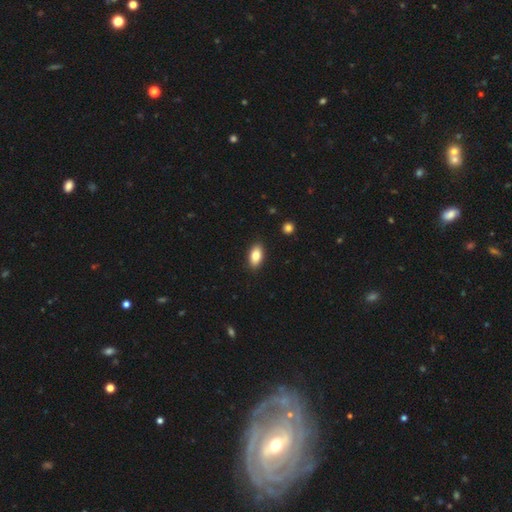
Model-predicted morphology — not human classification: This is clearly a smooth galaxy (82%). How rounded: clearly in between (91%). Merging: clearly none (89%).